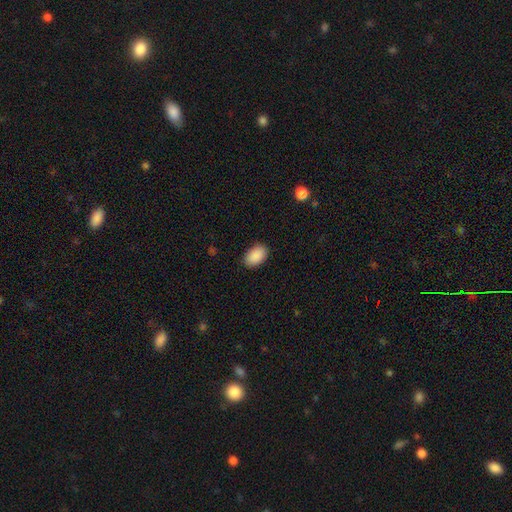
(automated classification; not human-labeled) smooth_or_featured: smooth (p=0.91) [alt: star or artifact p=0.07]
how_rounded: in between (p=0.91) [alt: round p=0.08]
merging: none (p=0.87) [alt: minor disturbance p=0.10]